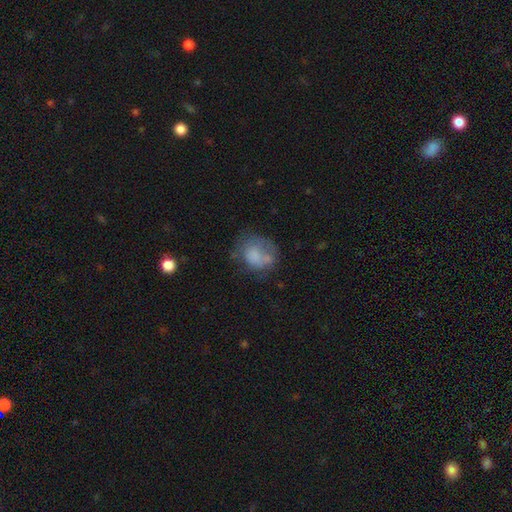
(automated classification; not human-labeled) This appears to be a smooth galaxy with no disk features (66%) that is round (64%). Merging: none (40%).